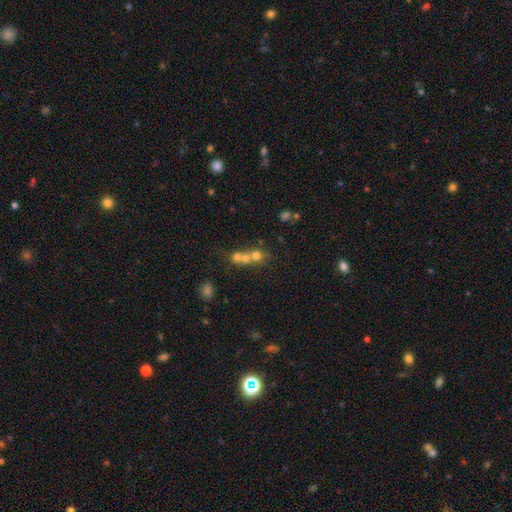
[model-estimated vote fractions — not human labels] A smooth galaxy with no disk features (61%) that is round (79%). Merging: merger (63%).